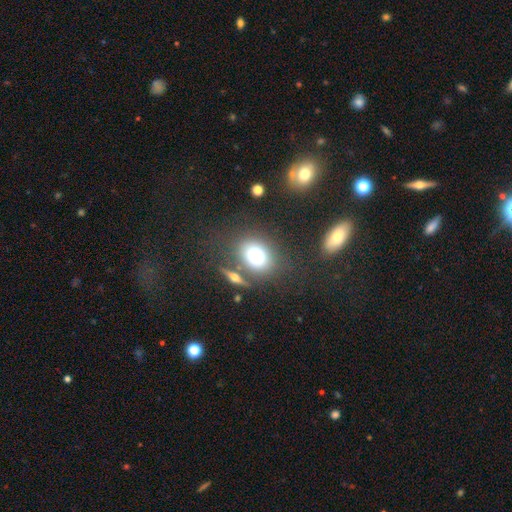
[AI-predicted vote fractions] Overall: smooth (72%). How rounded: round (53%; in between 45%). Merging: none (71%).